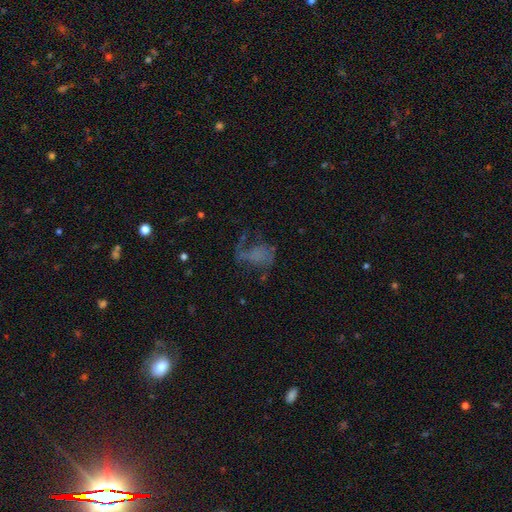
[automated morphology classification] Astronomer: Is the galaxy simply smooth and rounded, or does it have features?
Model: featured or disk — 48% (runner-up: smooth, 31%).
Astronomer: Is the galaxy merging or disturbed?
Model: major disturbance — 44% (runner-up: none, 34%).